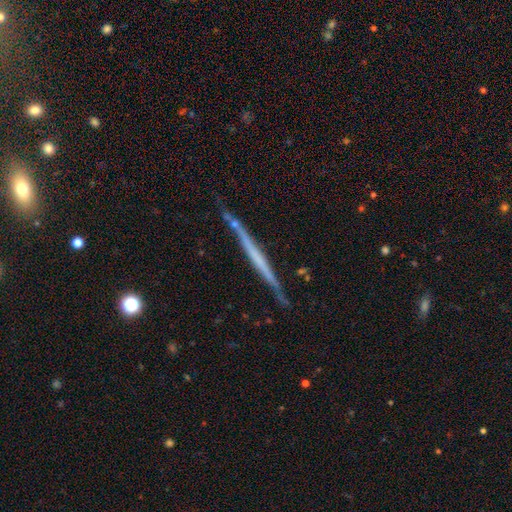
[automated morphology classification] This appears to be a featured or disk galaxy (65%) viewed edge-on (98%) with no central bulge (85%). Merging: none (86%).